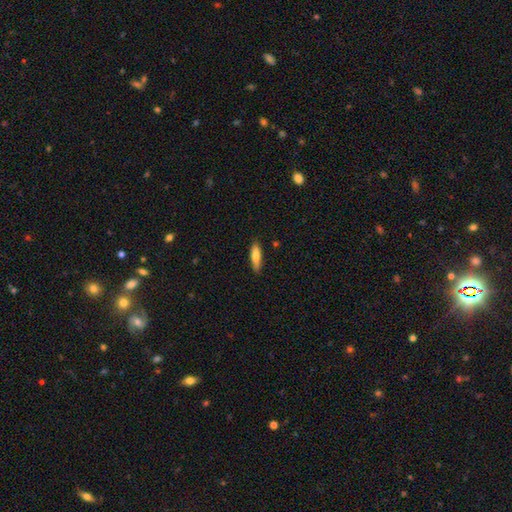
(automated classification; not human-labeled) The model was most divided on "how rounded": cigar-shaped: 68%, in between: 30%, round: 2%. More confident: merging — none (82%); smooth or featured — smooth (76%).